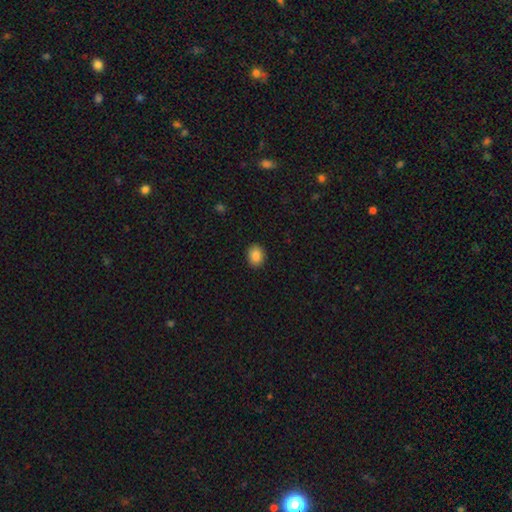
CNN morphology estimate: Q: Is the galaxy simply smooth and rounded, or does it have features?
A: smooth — 88%.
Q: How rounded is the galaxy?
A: in between — 56%.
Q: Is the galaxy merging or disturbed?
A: none — 91%.